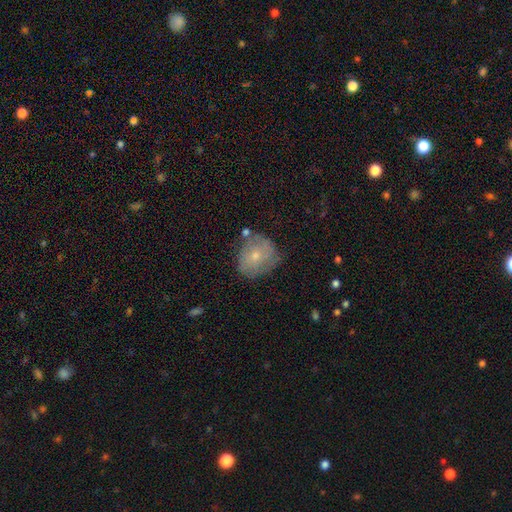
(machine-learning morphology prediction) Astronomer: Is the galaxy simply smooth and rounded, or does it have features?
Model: smooth — 49% (runner-up: featured or disk, 42%).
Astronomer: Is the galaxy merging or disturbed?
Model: none — 61%.